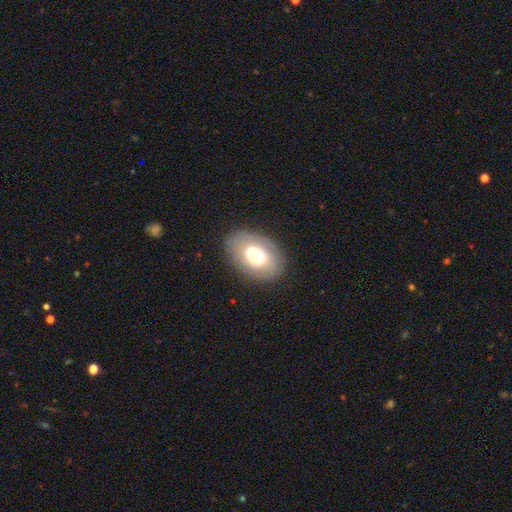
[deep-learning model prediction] A smooth galaxy with no disk features (59%) that is in between round and cigar-shaped (85%).

Vote fractions:
- Smooth or featured? smooth: 59% / featured or disk: 33% / star or artifact: 8%
- How rounded? in between: 85% / round: 14% / cigar-shaped: 1%
- Merging? none: 81% / minor disturbance: 13% / major disturbance: 5% / merger: 1%